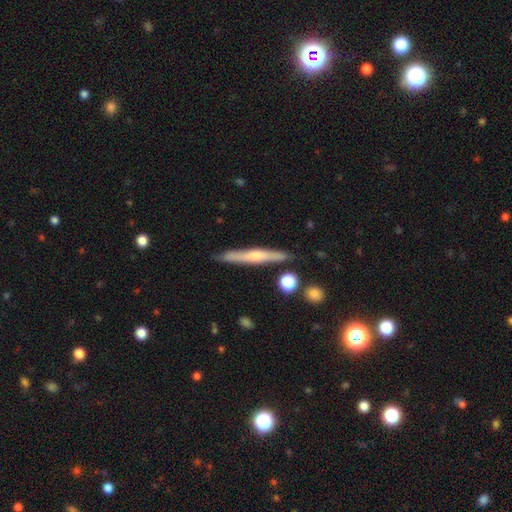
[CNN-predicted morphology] This is possibly a featured or disk galaxy (56%). It is clearly viewed edge-on (96%). Edge-on bulge: likely rounded (65%). Merging: clearly none (87%).